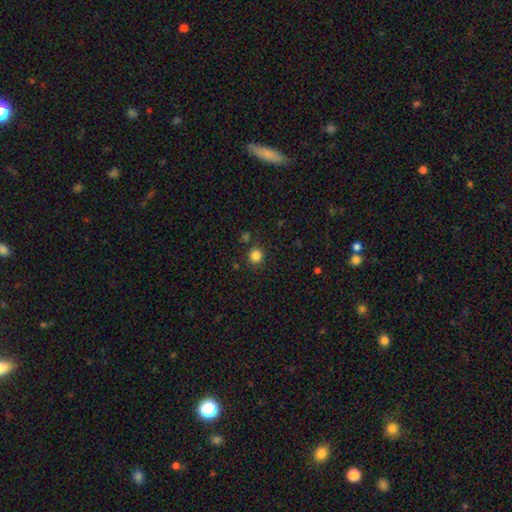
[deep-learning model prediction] A smooth galaxy with no disk features (83%) that is round (93%). Merging: none (86%).